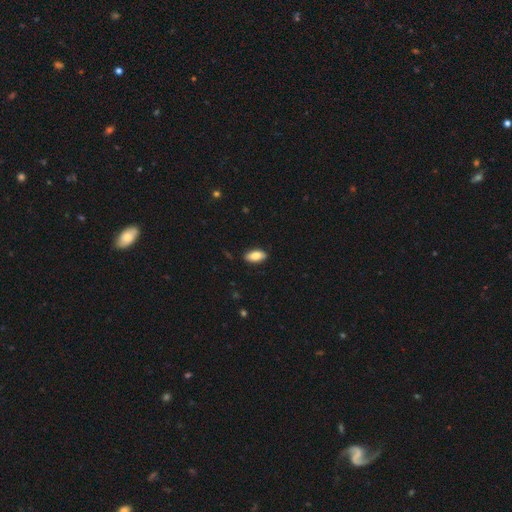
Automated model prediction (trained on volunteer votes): smooth 83%, featured or disk 10%, star or artifact 6%. Down the decision tree: how rounded — in between (91%); merging — none (88%).